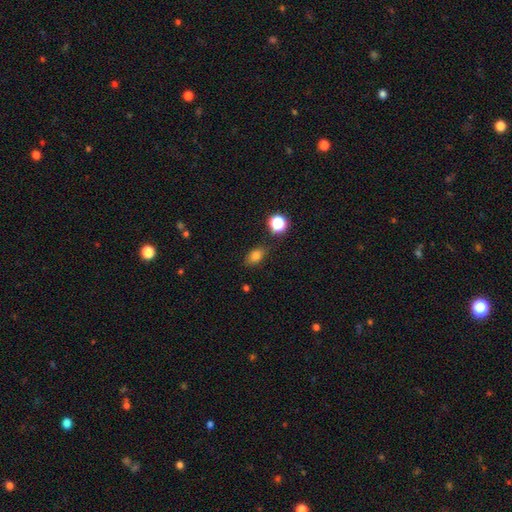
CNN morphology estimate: Smooth or featured? Predicted: smooth (p=0.79). How rounded? Predicted: in between (p=0.78). Merging? Predicted: none (p=0.78).